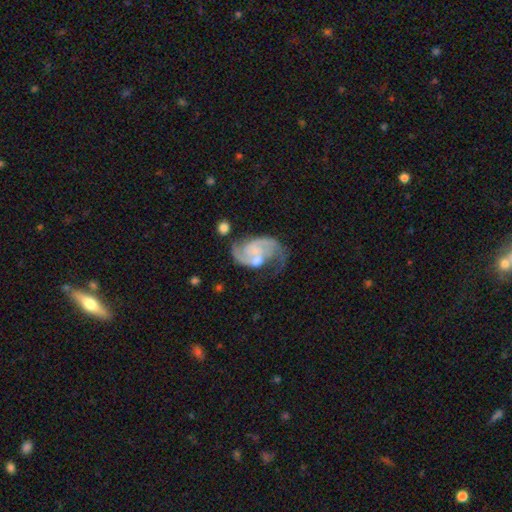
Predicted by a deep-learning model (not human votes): Q: Smooth or featured?
A: featured or disk (87%); runner-up: smooth (7%)
Q: Edge-on disk?
A: no (98%); runner-up: yes (2%)
Q: Bar?
A: no (57%); runner-up: weak (35%)
Q: Spiral arms?
A: yes (96%); runner-up: no (4%)
Q: Spiral winding?
A: medium (52%); runner-up: loose (27%)
Q: Spiral arm count?
A: 2 (87%); runner-up: can't tell (4%)
Q: Bulge size?
A: small (46%); runner-up: none (25%)
Q: Merging?
A: none (46%); runner-up: minor disturbance (20%)